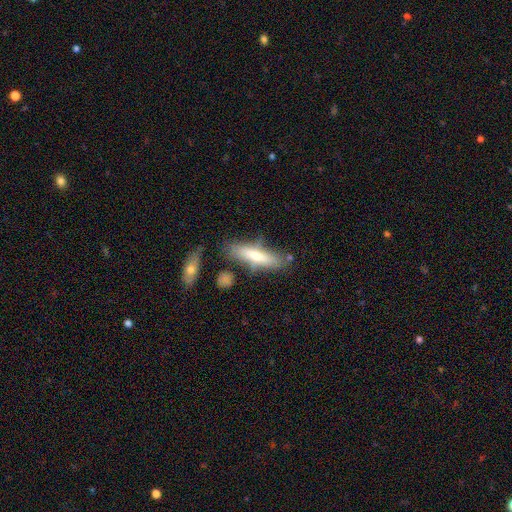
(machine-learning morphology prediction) This appears to be a smooth galaxy with no disk features (56%) that is cigar-shaped (74%). Merging: none (70%).